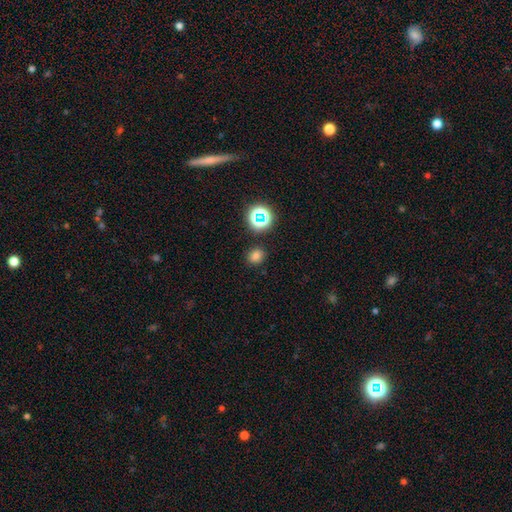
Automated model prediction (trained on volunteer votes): A smooth galaxy with no disk features (75%) that is round (64%).

Vote fractions:
- Smooth or featured? smooth: 75% / star or artifact: 20% / featured or disk: 5%
- How rounded? round: 64% / in between: 35% / cigar-shaped: 1%
- Merging? none: 86% / minor disturbance: 8% / merger: 3% / major disturbance: 3%